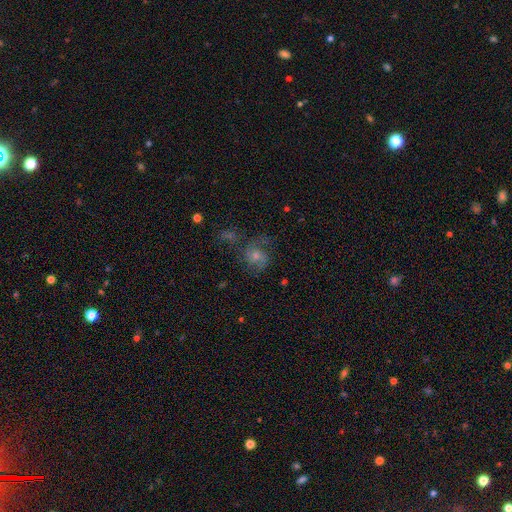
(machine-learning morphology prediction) This appears to be a featured or disk galaxy (62%) with no bar (69%), 2 (65%) medium (51%) spiral arms (89%) and a moderate central bulge (51%). Merging: none (62%).